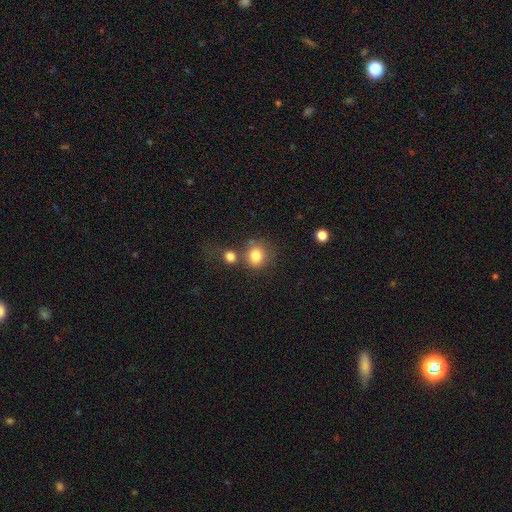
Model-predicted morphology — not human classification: This is clearly a smooth galaxy (82%). How rounded: clearly round (82%). Merging: possibly none (59%).